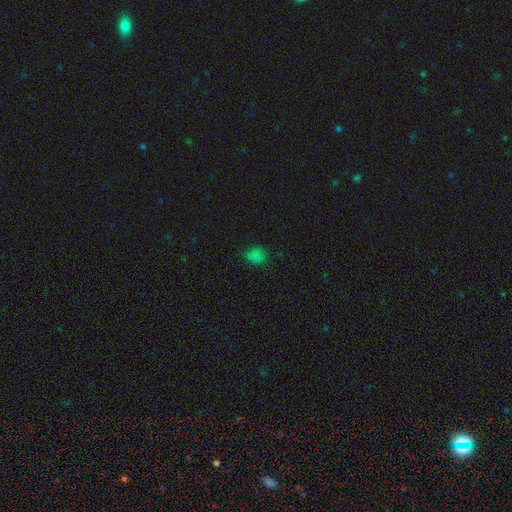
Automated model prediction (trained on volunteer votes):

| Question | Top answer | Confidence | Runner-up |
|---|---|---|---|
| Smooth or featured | smooth | 75% | star or artifact (21%) |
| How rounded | round | 68% | in between (31%) |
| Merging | none | 80% | minor disturbance (15%) |